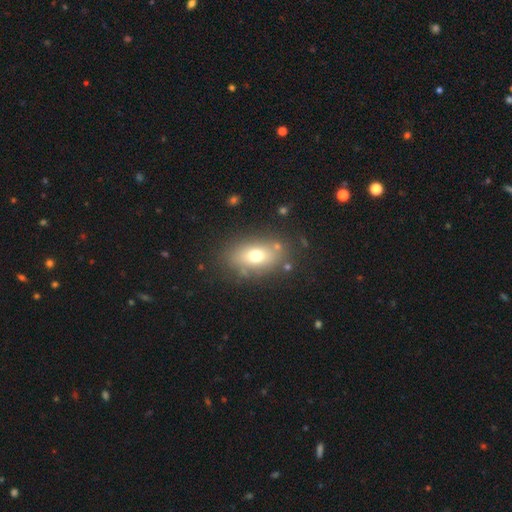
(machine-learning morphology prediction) A smooth galaxy with no disk features (70%) that is in between round and cigar-shaped (79%).

Vote fractions:
- Smooth or featured? smooth: 70% / featured or disk: 19% / star or artifact: 12%
- How rounded? in between: 79% / round: 17% / cigar-shaped: 4%
- Merging? none: 78% / minor disturbance: 13% / major disturbance: 5% / merger: 4%